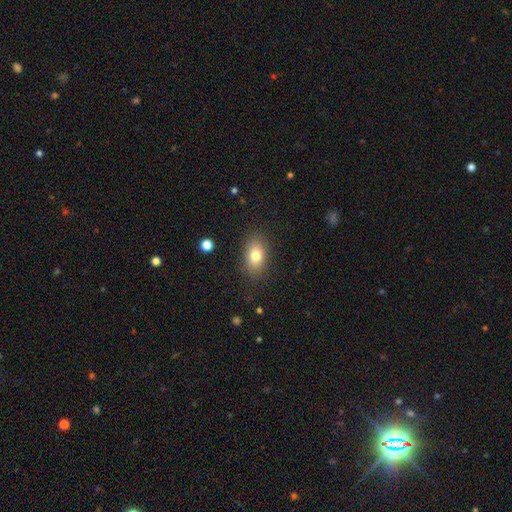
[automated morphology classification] smooth 78%, featured or disk 12%, star or artifact 9%. Down the decision tree: how rounded — in between (85%); merging — none (85%).